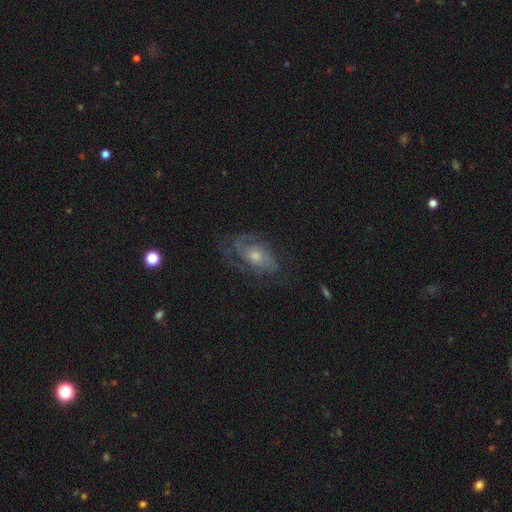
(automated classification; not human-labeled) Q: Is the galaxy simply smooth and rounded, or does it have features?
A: featured or disk — 69%.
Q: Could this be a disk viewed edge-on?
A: no — 94%.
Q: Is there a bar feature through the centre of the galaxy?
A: no — 76%.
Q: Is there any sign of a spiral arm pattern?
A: yes — 83%.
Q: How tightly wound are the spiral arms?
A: medium — 41%.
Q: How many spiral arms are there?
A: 2 — 37%, tied with can't tell.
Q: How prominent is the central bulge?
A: moderate — 47%.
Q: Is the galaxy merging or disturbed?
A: none — 61%.